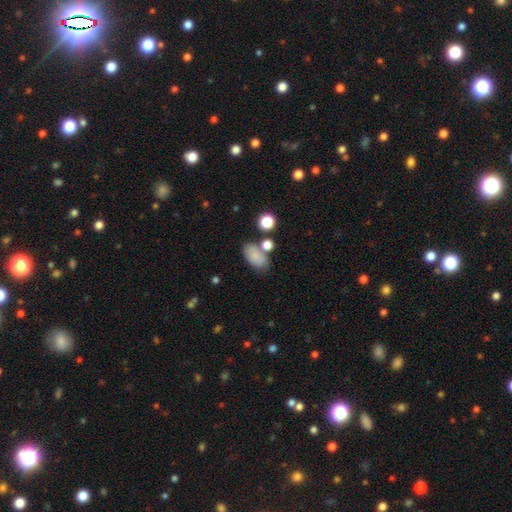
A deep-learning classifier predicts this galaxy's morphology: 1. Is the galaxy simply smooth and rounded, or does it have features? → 80% smooth, 10% featured or disk, 10% star or artifact.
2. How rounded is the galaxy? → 88% in between, 9% round, 2% cigar-shaped.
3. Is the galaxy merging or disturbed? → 57% none, 19% merger, 17% minor disturbance, 7% major disturbance.